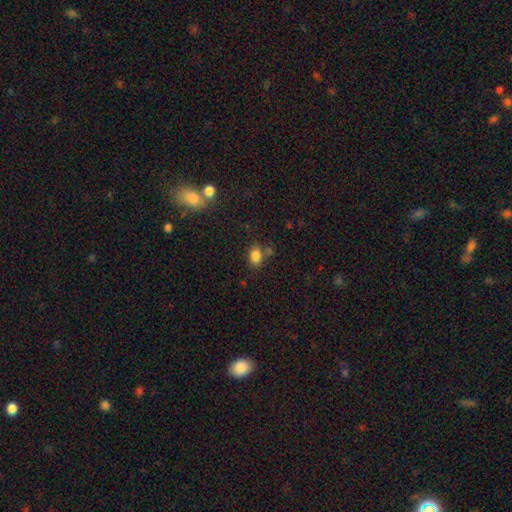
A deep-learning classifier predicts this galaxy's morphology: Smooth or featured? Predicted: smooth (p=0.83). How rounded? Predicted: in between (p=0.77). Merging? Predicted: none (p=0.66).